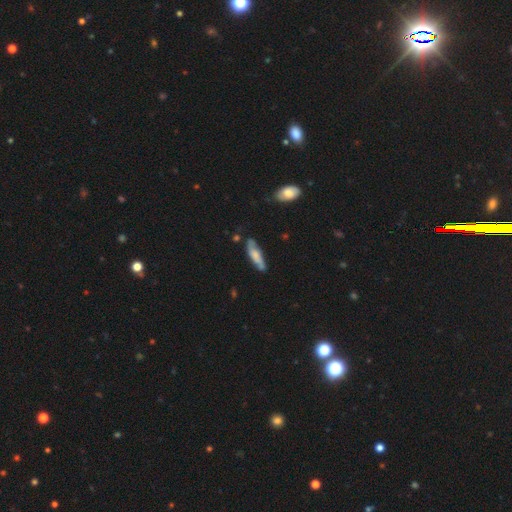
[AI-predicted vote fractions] Smooth or featured?
  - smooth: 52% *
  - featured or disk: 41%
  - star or artifact: 7%
How rounded?
  - cigar-shaped: 63% *
  - in between: 35%
  - round: 2%
Merging?
  - none: 65% *
  - minor disturbance: 24%
  - major disturbance: 6%
  - merger: 4%